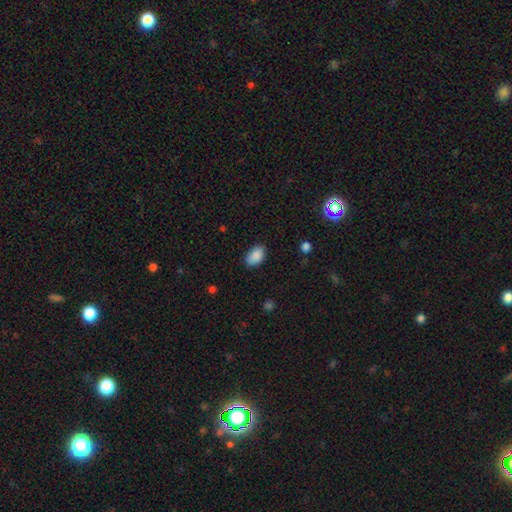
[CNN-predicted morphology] Q: Smooth or featured?
A: smooth (88%); runner-up: star or artifact (8%)
Q: How rounded?
A: in between (91%); runner-up: round (8%)
Q: Merging?
A: none (81%); runner-up: minor disturbance (15%)